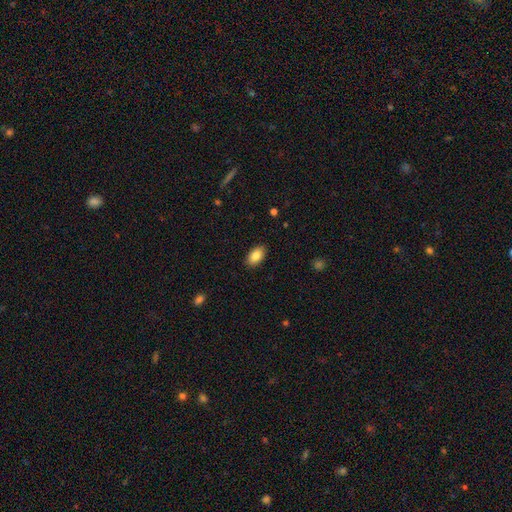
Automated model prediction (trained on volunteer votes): smooth_or_featured: smooth (p=0.86) [alt: star or artifact p=0.07]
how_rounded: in between (p=0.93) [alt: round p=0.05]
merging: none (p=0.89) [alt: minor disturbance p=0.08]